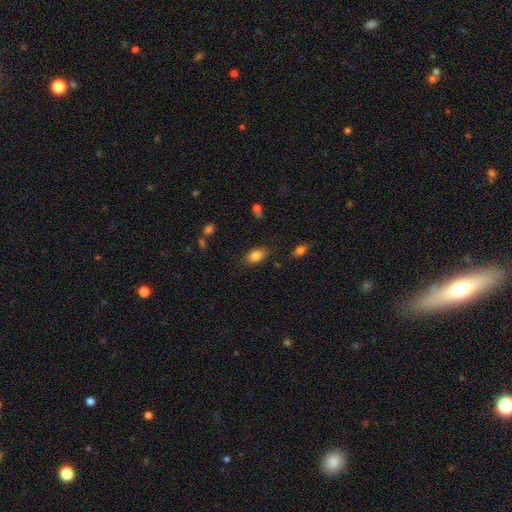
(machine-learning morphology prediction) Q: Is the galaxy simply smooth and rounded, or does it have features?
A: smooth — 82%.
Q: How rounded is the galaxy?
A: in between — 87%.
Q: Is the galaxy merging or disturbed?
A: none — 81%.